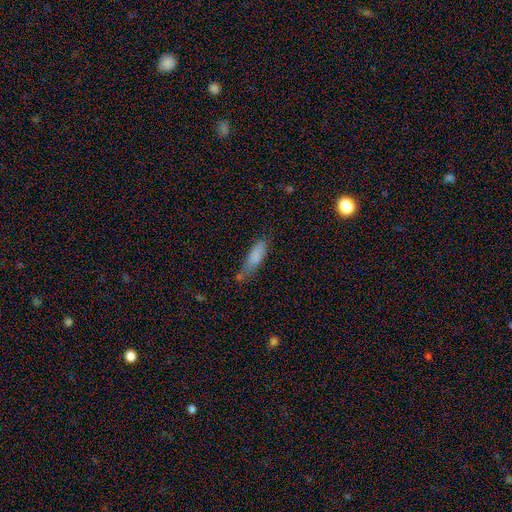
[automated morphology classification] Smooth or featured? Predicted: smooth (p=0.80). How rounded? Predicted: cigar-shaped (p=0.50). Merging? Predicted: none (p=0.46).